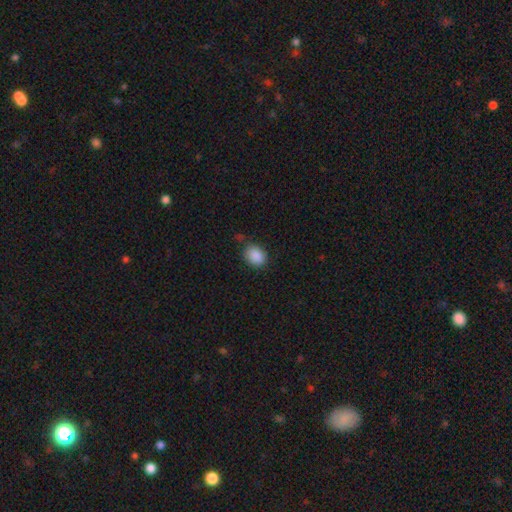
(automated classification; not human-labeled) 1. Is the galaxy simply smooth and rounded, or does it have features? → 89% smooth, 8% star or artifact, 3% featured or disk.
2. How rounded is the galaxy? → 62% in between, 37% round, 1% cigar-shaped.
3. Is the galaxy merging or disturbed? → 76% none, 17% minor disturbance, 4% major disturbance, 3% merger.